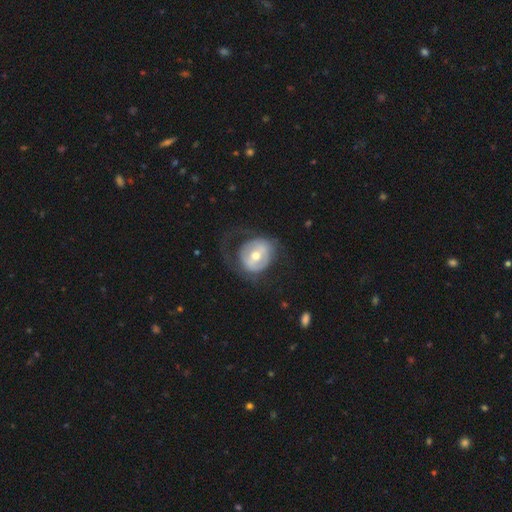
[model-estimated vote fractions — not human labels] This is likely a featured or disk galaxy (61%). It is clearly not viewed edge-on (96%). Bar: marginally weak (39%). Spiral arm pattern: possibly no (52%). Central bulge: likely moderate (69%). Merging: possibly none (53%).